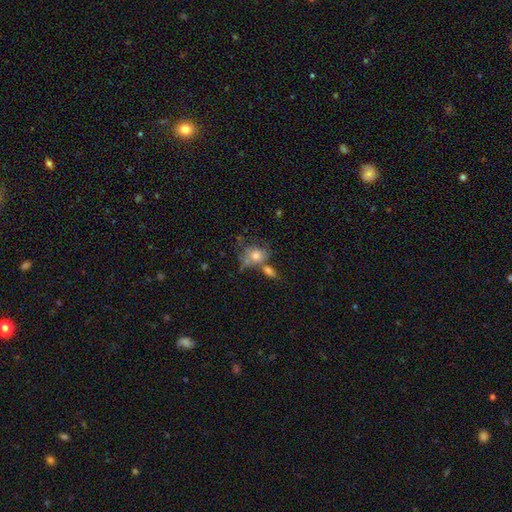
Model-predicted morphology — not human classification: type=smooth (67%); roundness=round (51%); merging=none (36%).